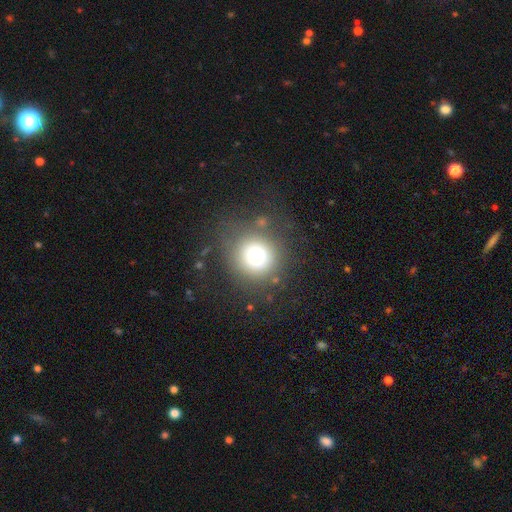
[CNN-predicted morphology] A smooth galaxy with no disk features (71%) that is round (93%).

Vote fractions:
- Smooth or featured? smooth: 71% / featured or disk: 15% / star or artifact: 14%
- How rounded? round: 93% / in between: 6% / cigar-shaped: 1%
- Merging? none: 77% / minor disturbance: 11% / major disturbance: 9% / merger: 3%